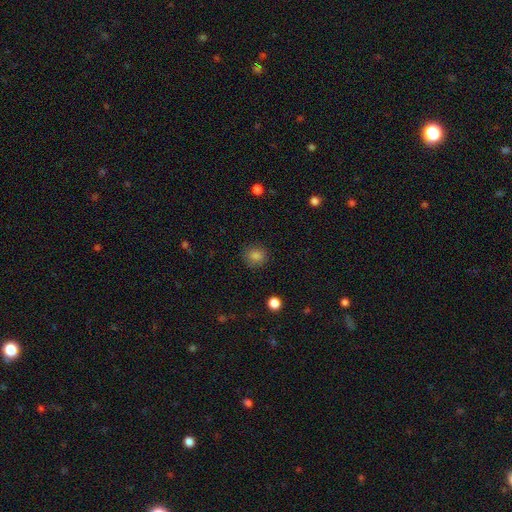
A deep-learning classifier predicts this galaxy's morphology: Q: Smooth or featured?
A: smooth (83%); runner-up: star or artifact (12%)
Q: How rounded?
A: round (88%); runner-up: in between (11%)
Q: Merging?
A: none (88%); runner-up: minor disturbance (8%)